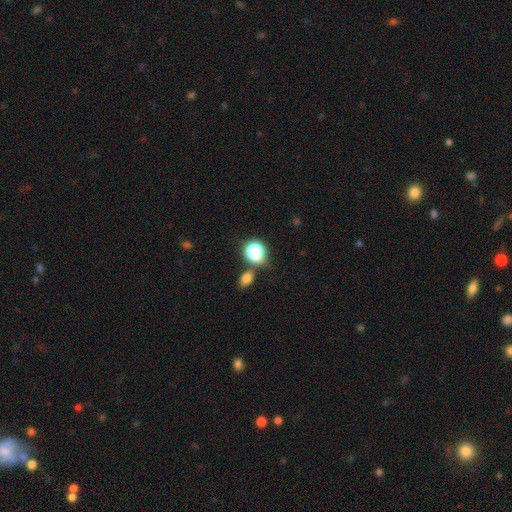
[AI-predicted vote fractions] Morphology: type=smooth (74%); roundness=round (61%); merging=none (60%).